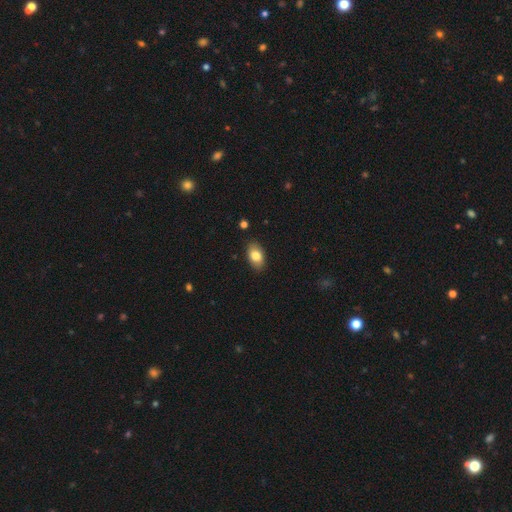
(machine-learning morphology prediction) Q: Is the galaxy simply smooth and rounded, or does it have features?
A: smooth — 82%.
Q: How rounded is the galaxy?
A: in between — 91%.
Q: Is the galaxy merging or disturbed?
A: none — 87%.